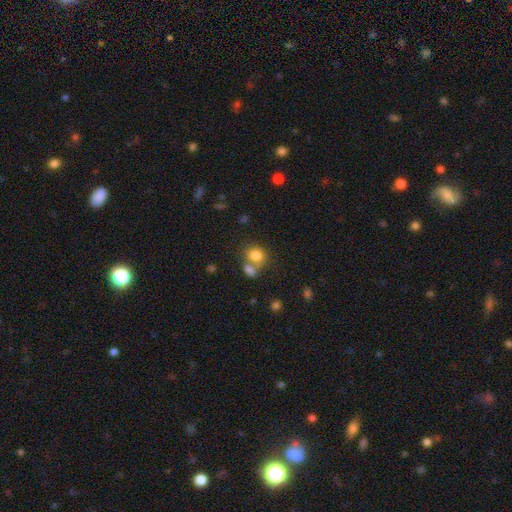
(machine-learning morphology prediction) Smooth or featured?
  - smooth: 80% *
  - star or artifact: 11%
  - featured or disk: 9%
How rounded?
  - round: 68% *
  - in between: 31%
  - cigar-shaped: 1%
Merging?
  - none: 46% *
  - merger: 39%
  - minor disturbance: 10%
  - major disturbance: 5%